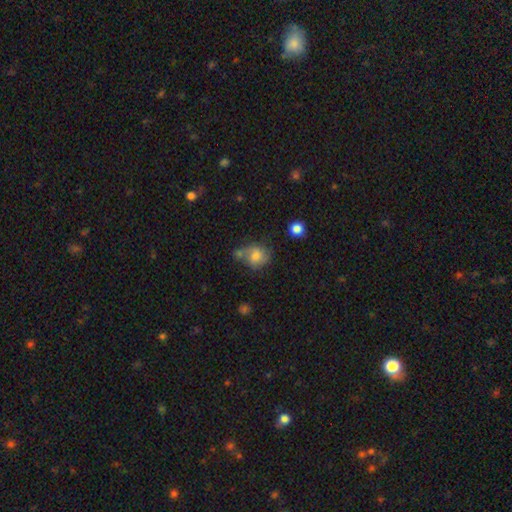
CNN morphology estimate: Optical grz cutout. It shows a smooth galaxy with no disk features (67%) that is round (61%). Merging: none (45%).